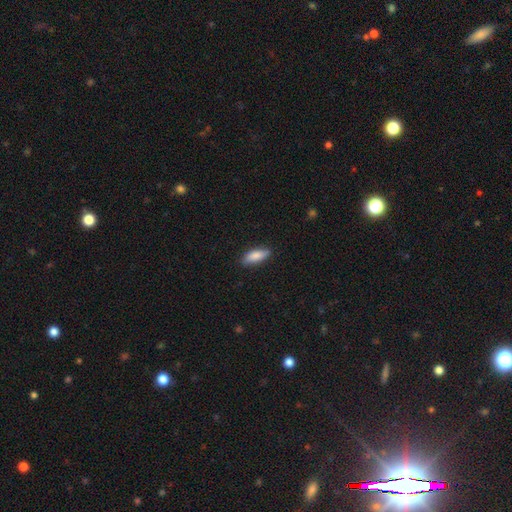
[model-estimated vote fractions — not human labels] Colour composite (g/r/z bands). It shows a smooth galaxy with no disk features (84%) that is in between round and cigar-shaped (66%). Merging: none (84%).